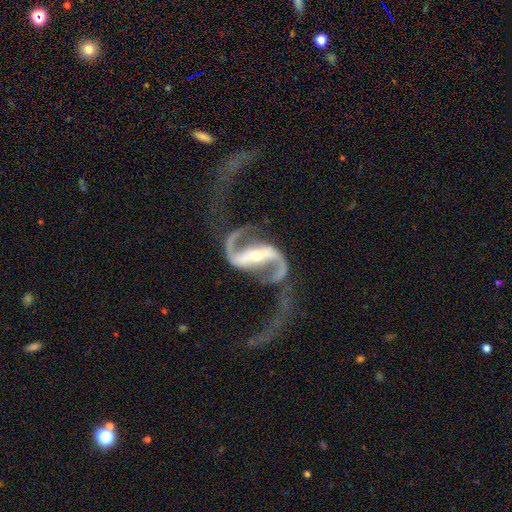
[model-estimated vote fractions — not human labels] Q: Smooth or featured?
A: featured or disk (94%); runner-up: star or artifact (3%)
Q: Edge-on disk?
A: no (97%); runner-up: yes (3%)
Q: Bar?
A: strong (68%); runner-up: weak (19%)
Q: Spiral arms?
A: yes (97%); runner-up: no (3%)
Q: Spiral winding?
A: loose (71%); runner-up: medium (22%)
Q: Spiral arm count?
A: 2 (94%); runner-up: 1 (2%)
Q: Bulge size?
A: small (53%); runner-up: moderate (42%)
Q: Merging?
A: none (49%); runner-up: major disturbance (30%)